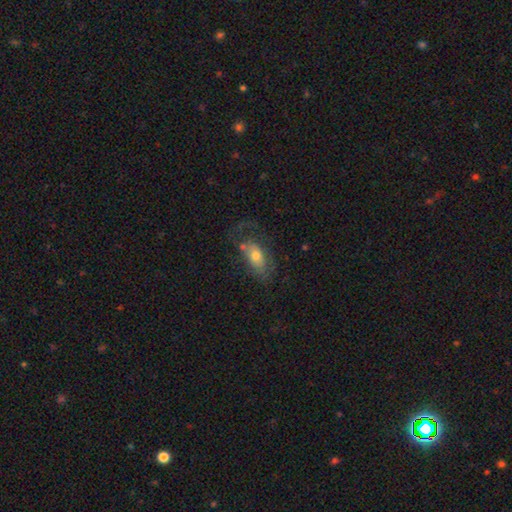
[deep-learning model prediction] Q: Smooth or featured?
A: smooth (52%); runner-up: featured or disk (39%)
Q: How rounded?
A: in between (87%); runner-up: round (7%)
Q: Merging?
A: none (42%); runner-up: major disturbance (29%)